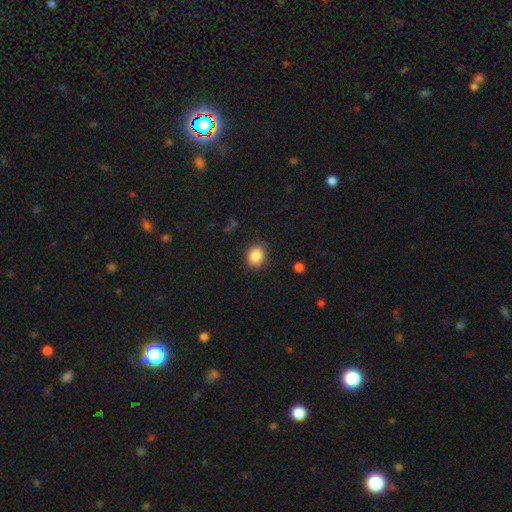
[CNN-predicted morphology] This is clearly a smooth galaxy (86%). How rounded: likely round (72%). Merging: clearly none (82%).